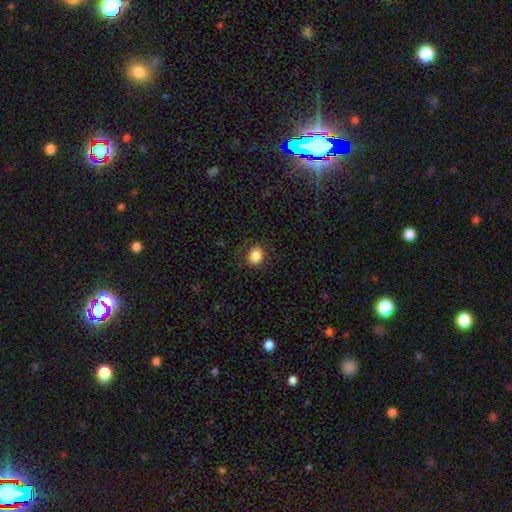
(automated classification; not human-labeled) smooth 85%, star or artifact 10%, featured or disk 5%. Down the decision tree: how rounded — round (74%); merging — none (85%).